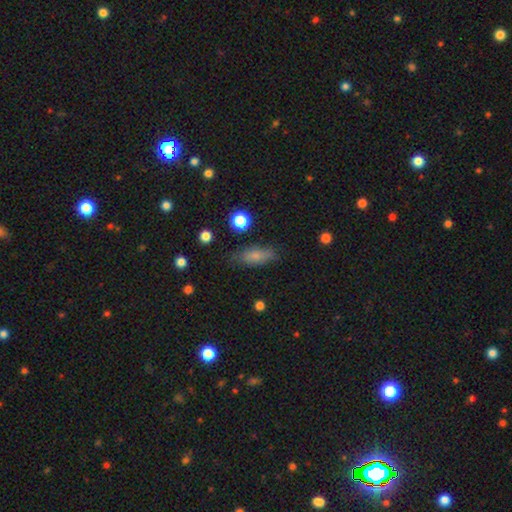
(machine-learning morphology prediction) smooth 77%, featured or disk 14%, star or artifact 9%. Down the decision tree: how rounded — in between (72%); merging — none (75%).